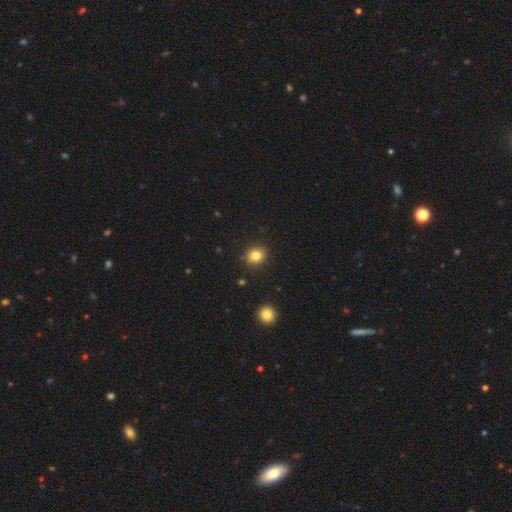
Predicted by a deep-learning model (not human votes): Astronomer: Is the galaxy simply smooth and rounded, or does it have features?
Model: smooth — 82%.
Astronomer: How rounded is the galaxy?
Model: round — 73%.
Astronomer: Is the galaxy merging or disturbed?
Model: none — 89%.